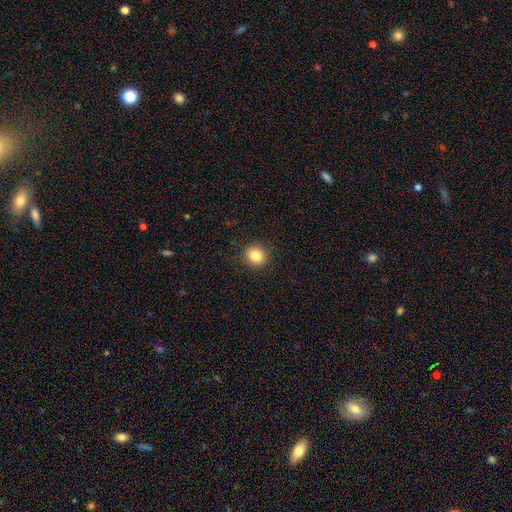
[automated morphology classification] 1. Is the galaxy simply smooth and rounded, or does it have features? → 84% smooth, 10% star or artifact, 5% featured or disk.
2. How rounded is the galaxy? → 81% round, 18% in between, 1% cigar-shaped.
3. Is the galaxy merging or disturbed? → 91% none, 6% minor disturbance, 2% major disturbance, 1% merger.